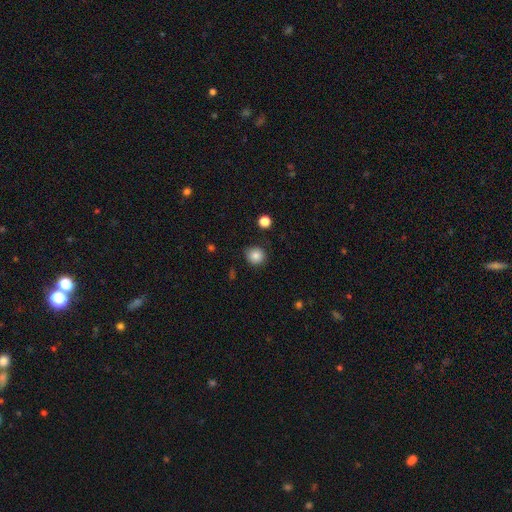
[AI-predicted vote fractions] Smooth or featured? smooth (84%)
How rounded? round (90%)
Merging? none (86%)